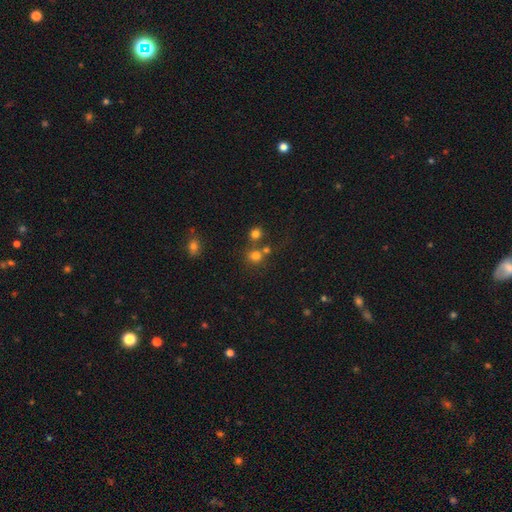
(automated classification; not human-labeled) Q: Smooth or featured?
A: smooth (73%); runner-up: star or artifact (18%)
Q: How rounded?
A: round (86%); runner-up: in between (13%)
Q: Merging?
A: none (58%); runner-up: merger (30%)